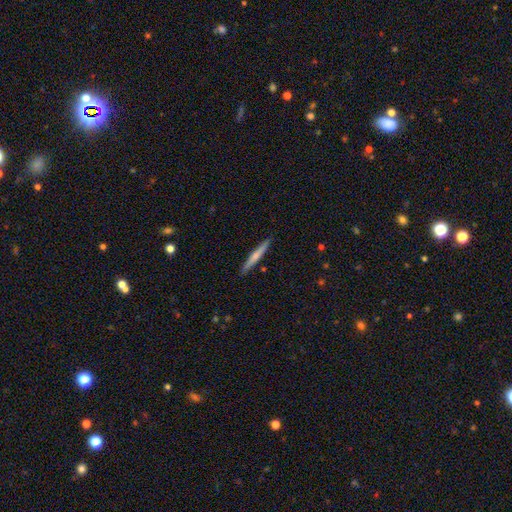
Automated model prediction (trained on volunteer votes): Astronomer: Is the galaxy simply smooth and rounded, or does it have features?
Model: smooth — 60%.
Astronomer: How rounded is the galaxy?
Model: cigar-shaped — 95%.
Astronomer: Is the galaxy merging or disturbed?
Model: none — 90%.